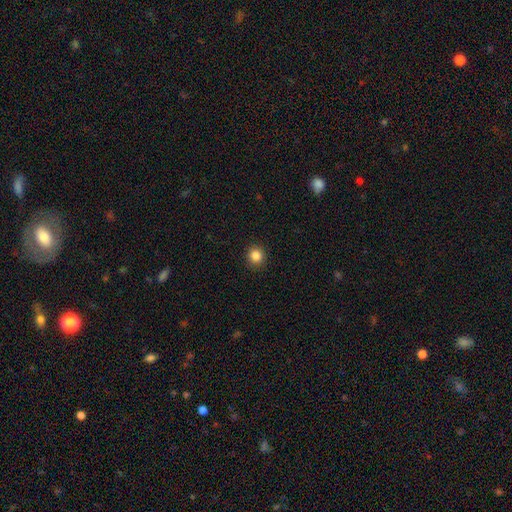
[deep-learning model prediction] Q: Smooth or featured?
A: smooth (86%); runner-up: star or artifact (11%)
Q: How rounded?
A: round (91%); runner-up: in between (8%)
Q: Merging?
A: none (92%); runner-up: minor disturbance (5%)